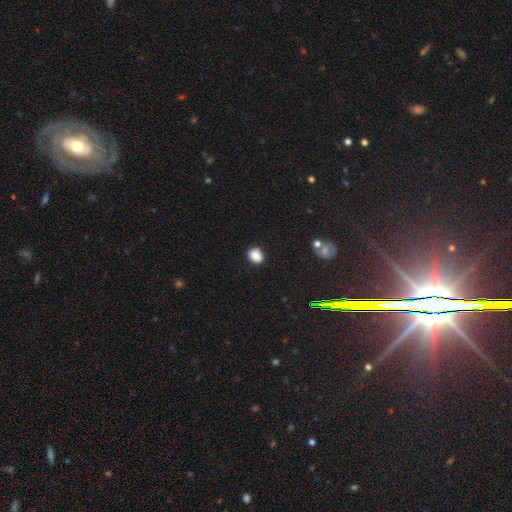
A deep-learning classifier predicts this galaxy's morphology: Q: Smooth or featured?
A: smooth (87%); runner-up: star or artifact (9%)
Q: How rounded?
A: in between (65%); runner-up: round (34%)
Q: Merging?
A: none (82%); runner-up: minor disturbance (13%)